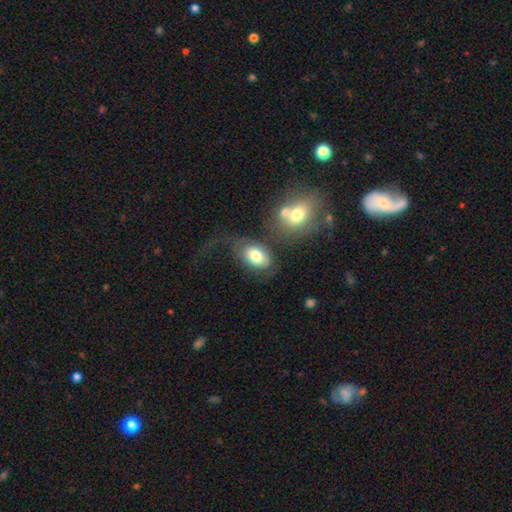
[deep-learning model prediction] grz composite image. It shows a smooth galaxy with no disk features (73%) that is in between round and cigar-shaped (81%). Merging: none (41%).